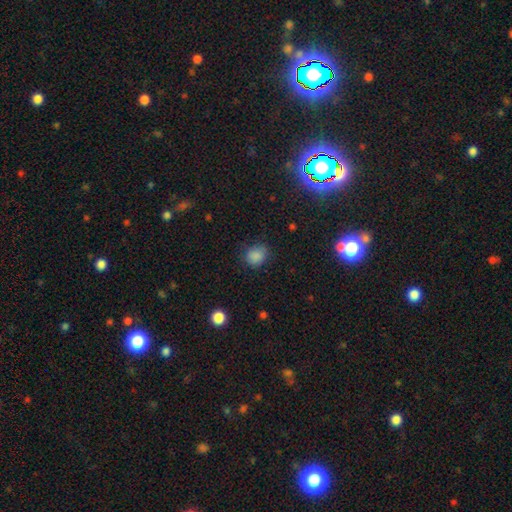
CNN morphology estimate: type=smooth (85%); roundness=round (69%); merging=none (76%).